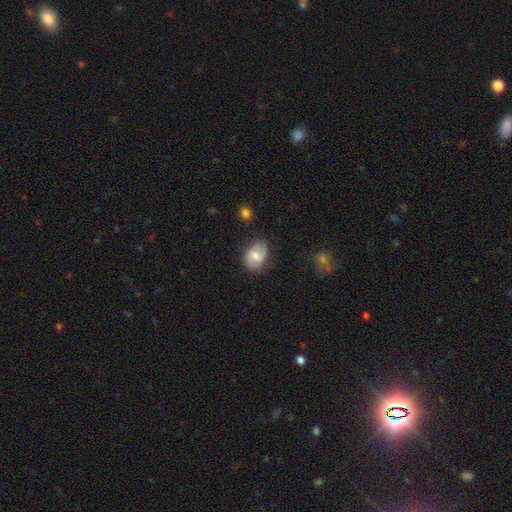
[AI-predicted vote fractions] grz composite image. It shows a smooth galaxy with no disk features (64%) that is in between round and cigar-shaped (71%). Merging: none (69%).